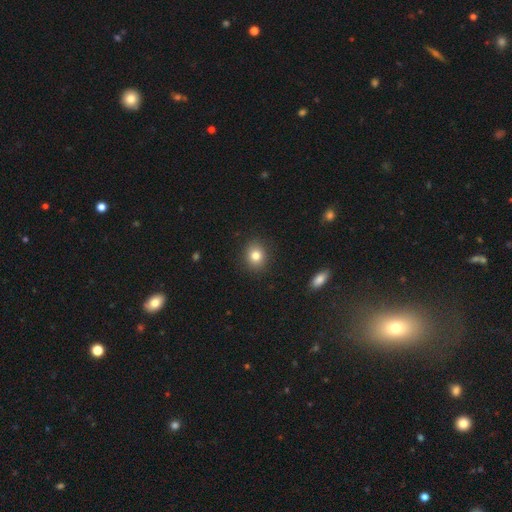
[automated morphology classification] Smooth or featured? Predicted: smooth (p=0.82). How rounded? Predicted: round (p=0.68). Merging? Predicted: none (p=0.89).